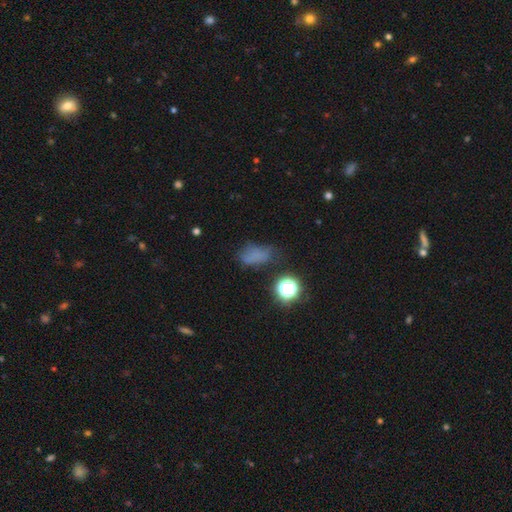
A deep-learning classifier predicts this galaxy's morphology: smooth-or-featured: smooth: 62% | star or artifact: 25% | featured or disk: 13%
  how-rounded: in between: 77% | round: 18% | cigar-shaped: 5%
  merging: none: 49% | minor disturbance: 29% | major disturbance: 17% | merger: 5%